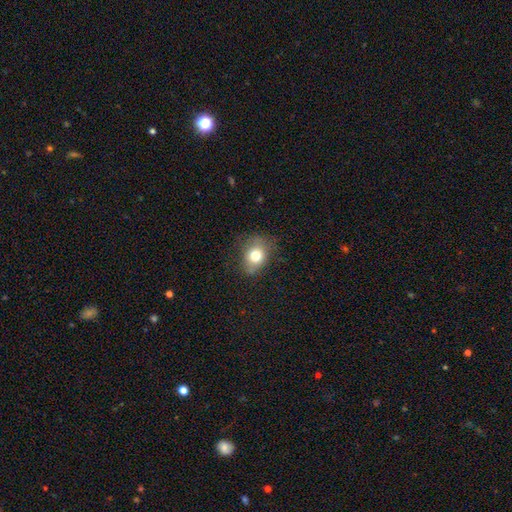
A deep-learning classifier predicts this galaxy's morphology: The model was most divided on "how rounded": in between: 57%, round: 42%, cigar-shaped: 1%. More confident: smooth or featured — smooth (75%); merging — none (67%).